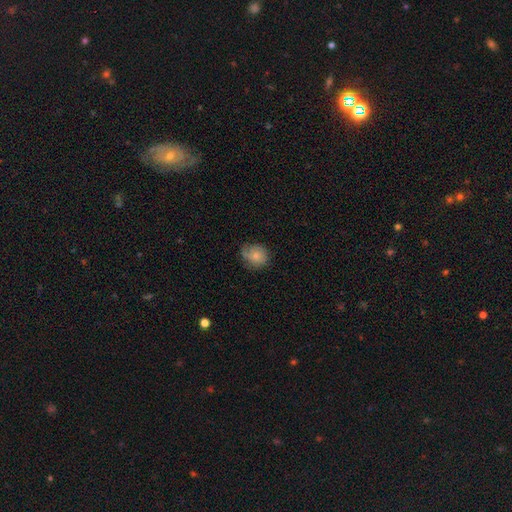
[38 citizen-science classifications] Smooth or featured? 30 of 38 (79%) said smooth. How rounded? 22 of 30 (73%) said round. Merging? 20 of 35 (57%) said none.